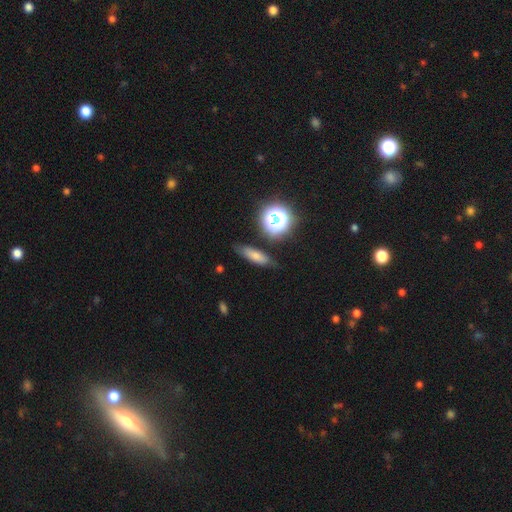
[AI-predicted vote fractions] This appears to be a smooth galaxy with no disk features (66%) that is cigar-shaped (50%). Merging: none (73%).